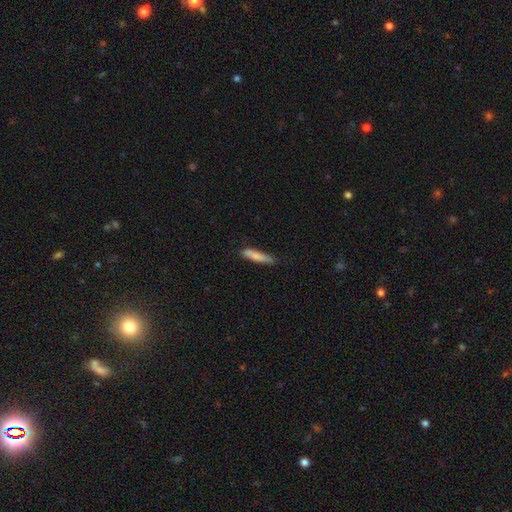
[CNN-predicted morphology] Smooth or featured: smooth — 77% (featured or disk — 17%)
How rounded: cigar-shaped — 86% (in between — 12%)
Merging: none — 72% (minor disturbance — 21%)